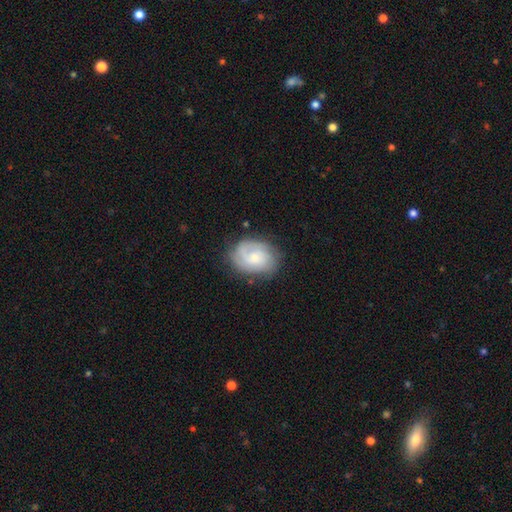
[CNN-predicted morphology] smooth-or-featured: featured or disk: 67% | smooth: 26% | star or artifact: 7%
  disk-edge-on: no: 97% | yes: 3%
    bar: no: 70% | weak: 27% | strong: 3%
    has-spiral-arms: yes: 91% | no: 9%
      spiral-winding: tight: 55% | medium: 34% | loose: 11%
      spiral-arm-count: 2: 34% | can't tell: 32% | 3: 18% | 1: 8% | 4: 5% | more than 4: 4%
    bulge-size: small: 60% | moderate: 33% | none: 3% | large: 2% | dominant: 1%
  merging: none: 74% | minor disturbance: 18% | major disturbance: 7% | merger: 1%